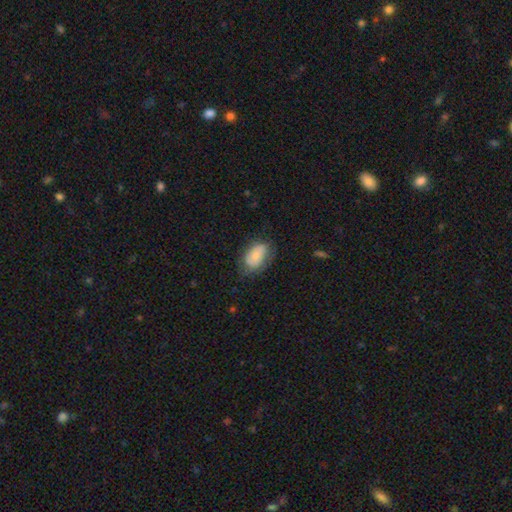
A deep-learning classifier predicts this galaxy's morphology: Overall: smooth (70%). How rounded: in between (90%). Merging: none (61%; minor disturbance 27%).